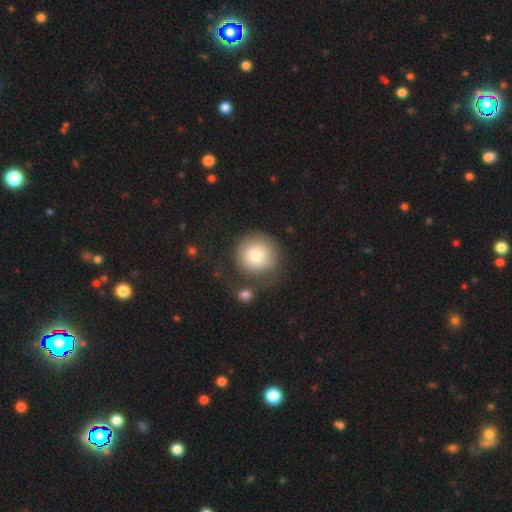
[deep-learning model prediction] Overall: smooth (78%). How rounded: round (94%). Merging: none (68%).